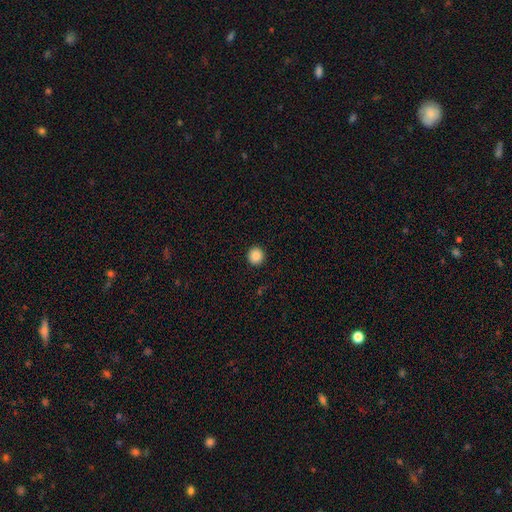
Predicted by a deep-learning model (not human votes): The model was most divided on "smooth or featured": smooth: 88%, star or artifact: 9%, featured or disk: 3%. More confident: merging — none (93%); how rounded — round (93%).